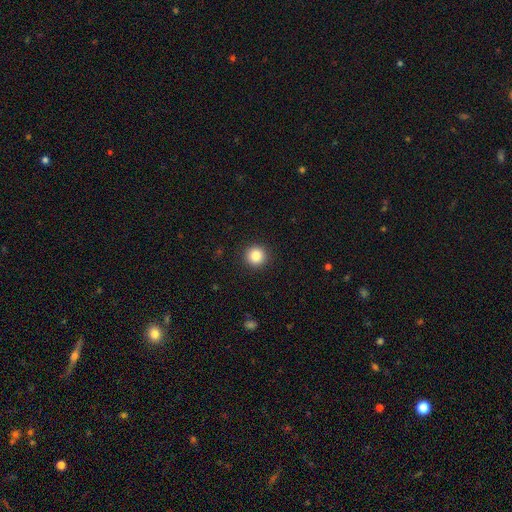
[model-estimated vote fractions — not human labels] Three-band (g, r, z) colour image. It shows a smooth galaxy with no disk features (85%) that is round (95%). Merging: none (93%).